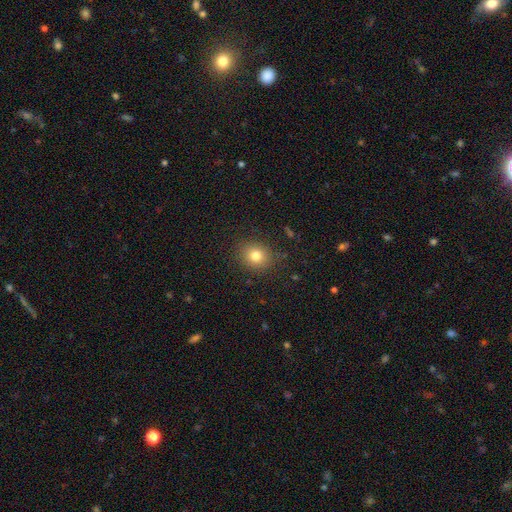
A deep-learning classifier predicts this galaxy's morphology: The model was most divided on "how rounded": round: 75%, in between: 24%, cigar-shaped: 1%. More confident: merging — none (86%); smooth or featured — smooth (79%).